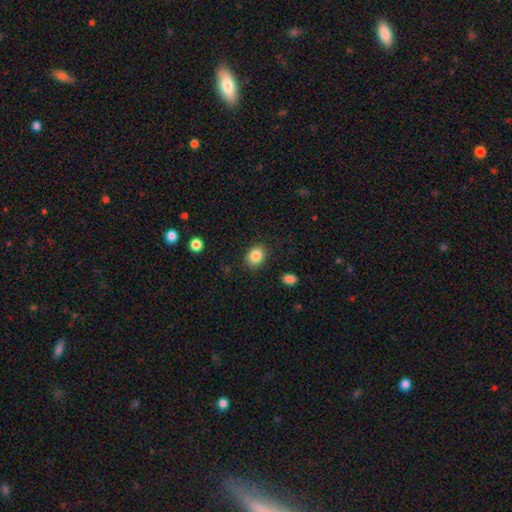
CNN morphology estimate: smooth_or_featured: smooth (p=0.86) [alt: star or artifact p=0.09]
how_rounded: round (p=0.50) [alt: in between p=0.49]
merging: none (p=0.87) [alt: minor disturbance p=0.09]